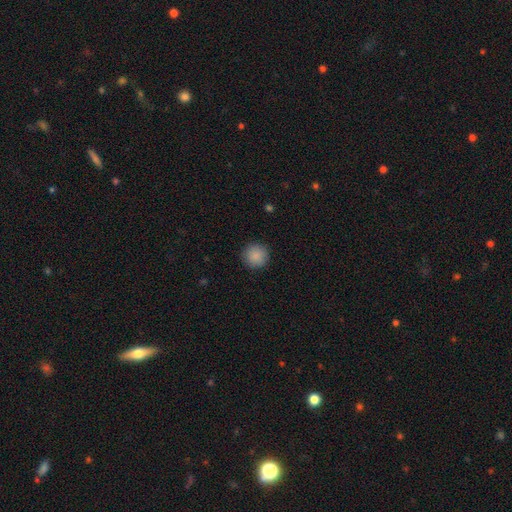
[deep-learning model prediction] Smooth or featured: smooth — 89% (star or artifact — 8%)
How rounded: round — 95% (in between — 4%)
Merging: none — 91% (minor disturbance — 6%)